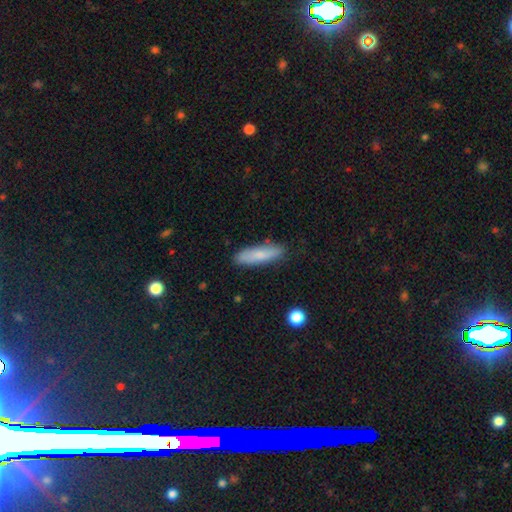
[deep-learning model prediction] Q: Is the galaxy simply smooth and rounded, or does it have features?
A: smooth — 77%.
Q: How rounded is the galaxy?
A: cigar-shaped — 69%.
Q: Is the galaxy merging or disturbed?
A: none — 85%.